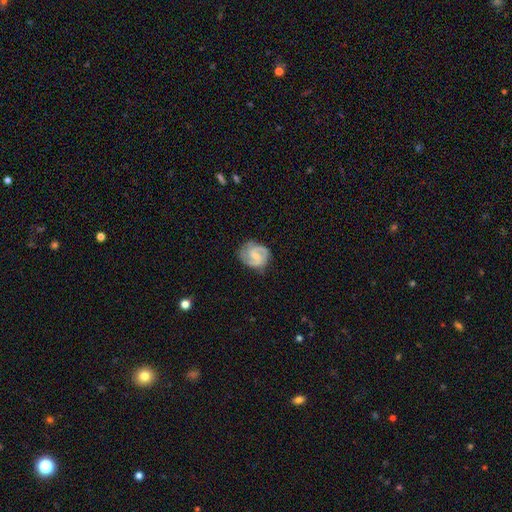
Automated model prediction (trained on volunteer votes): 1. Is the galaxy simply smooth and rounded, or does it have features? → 79% featured or disk, 16% smooth, 5% star or artifact.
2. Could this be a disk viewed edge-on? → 98% no, 2% yes.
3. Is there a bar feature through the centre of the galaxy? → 55% weak, 29% no, 17% strong.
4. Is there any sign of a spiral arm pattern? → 94% yes, 6% no.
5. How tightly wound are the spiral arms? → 52% medium, 32% tight, 16% loose.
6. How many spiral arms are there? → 83% 2, 7% can't tell, 4% 3, 2% 1, 1% 4, 1% more than 4.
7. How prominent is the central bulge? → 52% small, 31% moderate, 14% none, 2% large, 1% dominant.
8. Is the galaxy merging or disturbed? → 72% none, 20% minor disturbance, 7% major disturbance, 1% merger.